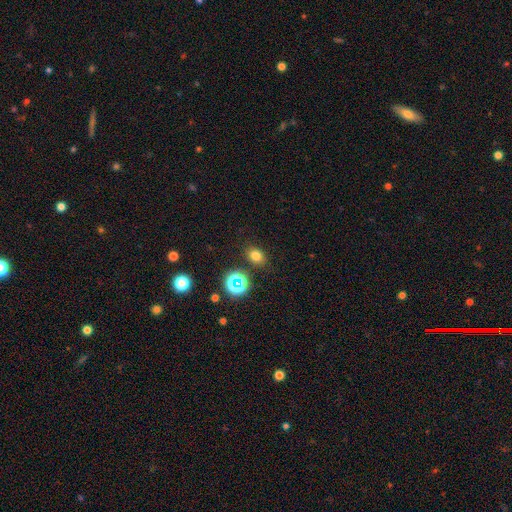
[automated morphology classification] type=smooth (73%); roundness=in between (51%); merging=none (84%).